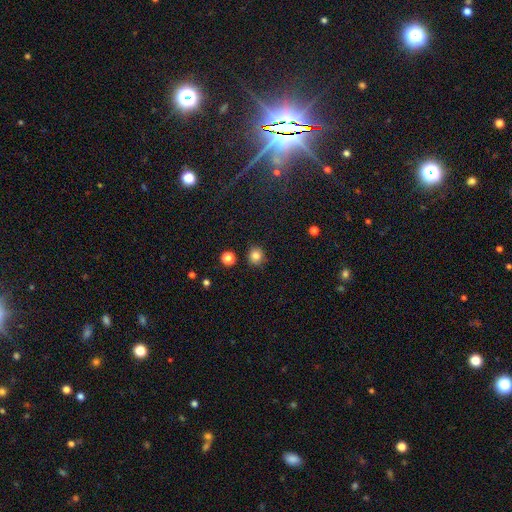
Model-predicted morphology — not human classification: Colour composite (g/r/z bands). It shows a smooth galaxy with no disk features (82%) that is round (87%). Merging: none (87%).